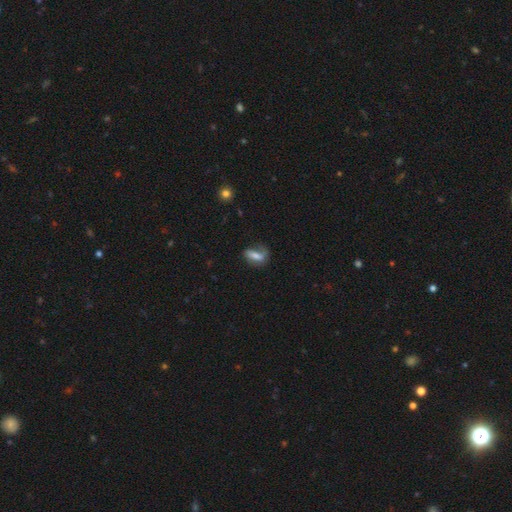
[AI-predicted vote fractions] smooth_or_featured: smooth (p=0.62) [alt: featured or disk p=0.28]
how_rounded: in between (p=0.70) [alt: cigar-shaped p=0.23]
merging: none (p=0.48) [alt: minor disturbance p=0.28]